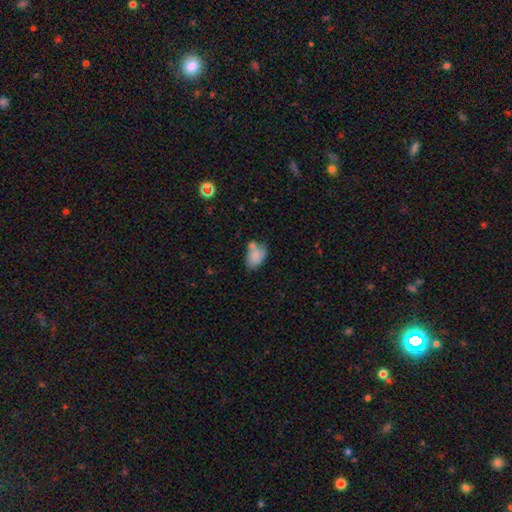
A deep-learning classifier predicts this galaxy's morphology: Smooth or featured?
  - smooth: 78% *
  - featured or disk: 14%
  - star or artifact: 8%
How rounded?
  - in between: 85% *
  - round: 13%
  - cigar-shaped: 1%
Merging?
  - none: 41% *
  - merger: 27%
  - minor disturbance: 23%
  - major disturbance: 9%